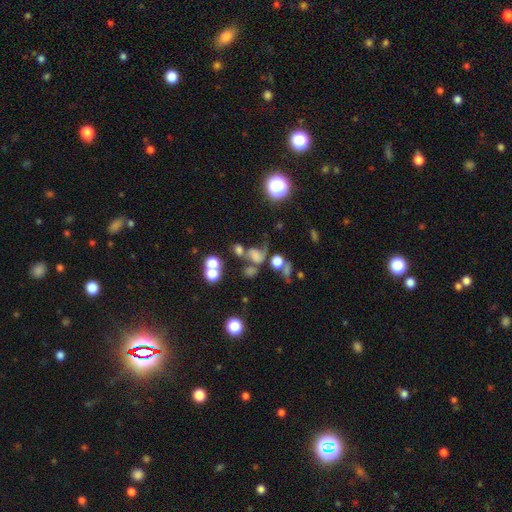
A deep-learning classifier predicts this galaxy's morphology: type=smooth (52%); roundness=round (50%); merging=none (30%, tied with merger).